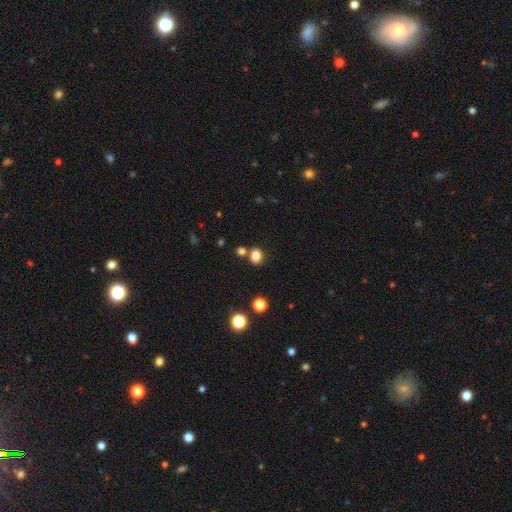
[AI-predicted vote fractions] A smooth galaxy with no disk features (83%) that is round (54%). Merging: none (71%).